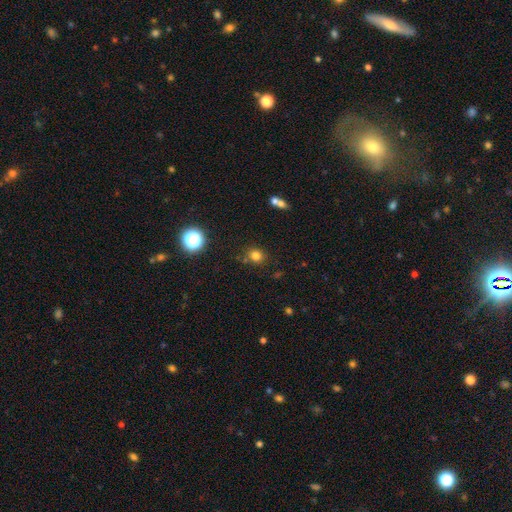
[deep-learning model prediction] Overall: smooth (78%). How rounded: round (78%). Merging: none (79%).